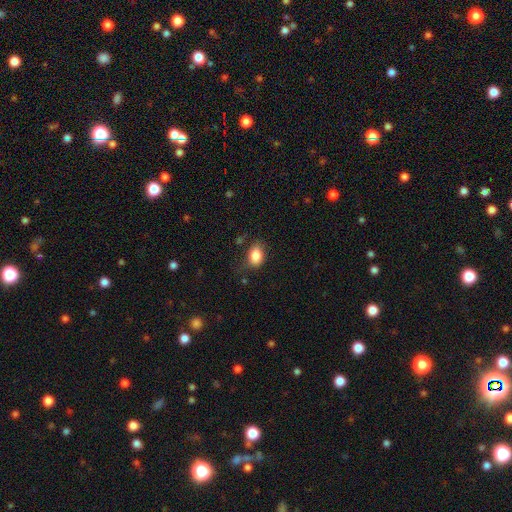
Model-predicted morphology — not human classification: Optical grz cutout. It shows a smooth galaxy with no disk features (85%) that is in between round and cigar-shaped (78%). Merging: none (66%).